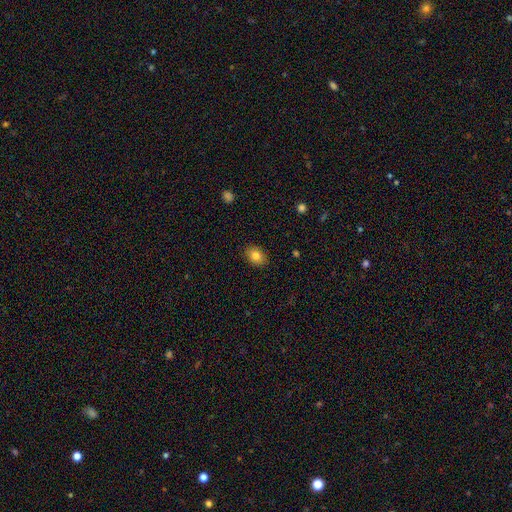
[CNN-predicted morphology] The model was most divided on "how rounded": in between: 69%, round: 30%, cigar-shaped: 1%. More confident: merging — none (89%); smooth or featured — smooth (82%).